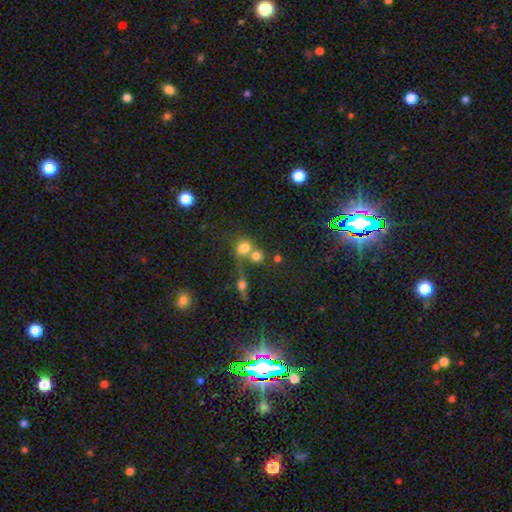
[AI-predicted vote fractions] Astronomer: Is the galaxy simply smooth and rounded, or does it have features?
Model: smooth — 72%.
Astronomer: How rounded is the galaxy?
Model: round — 69%.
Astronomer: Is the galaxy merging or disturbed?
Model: merger — 51% (runner-up: none, 35%).